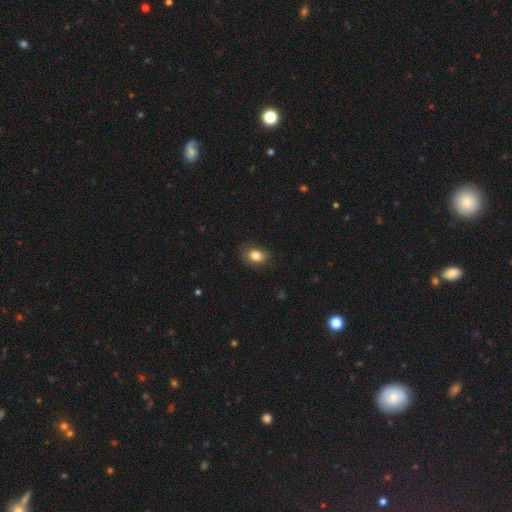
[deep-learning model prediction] A smooth galaxy with no disk features (82%) that is in between round and cigar-shaped (69%). Merging: none (79%).